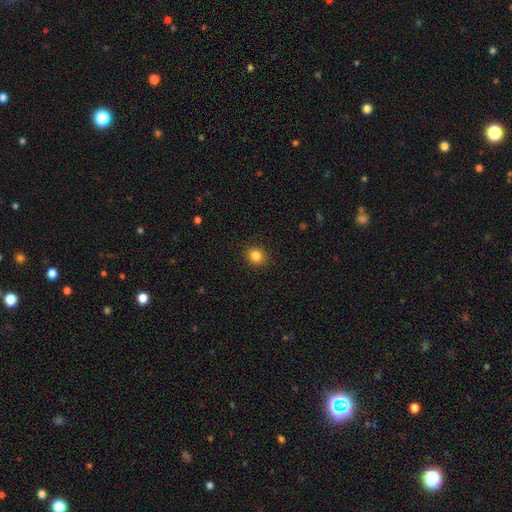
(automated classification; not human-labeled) This is clearly a smooth galaxy (85%). How rounded: likely round (79%). Merging: clearly none (91%).